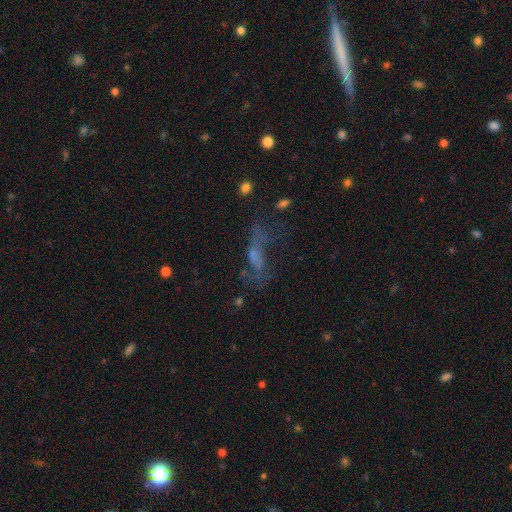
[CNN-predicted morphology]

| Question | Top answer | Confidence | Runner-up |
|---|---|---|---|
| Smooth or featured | featured or disk | 43% | smooth (34%) |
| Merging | none | 43% | major disturbance (32%) |